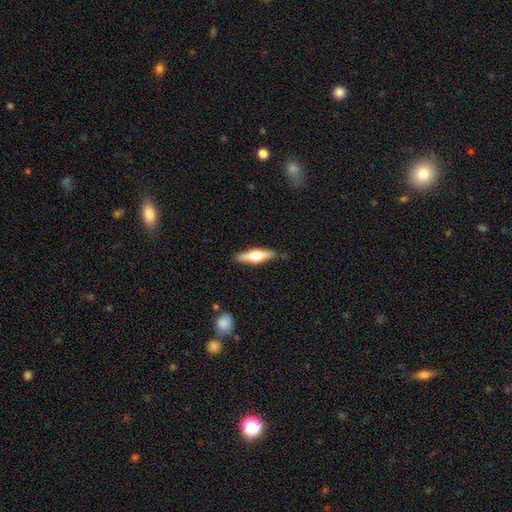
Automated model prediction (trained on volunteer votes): Smooth or featured: featured or disk — 52% (smooth — 42%)
Edge-on disk: yes — 94% (no — 6%)
Merging: none — 86% (minor disturbance — 10%)